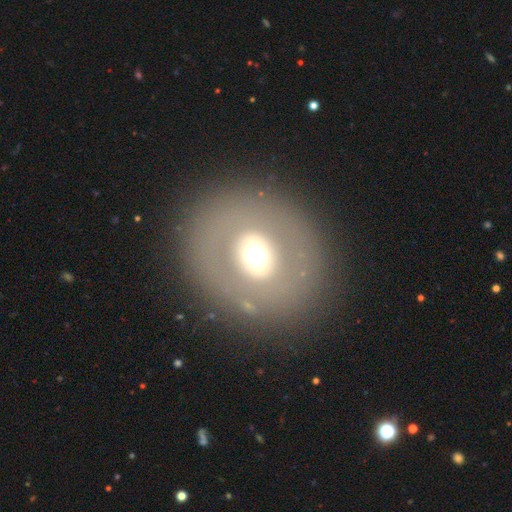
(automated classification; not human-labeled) A smooth galaxy with no disk features (49%).

Vote fractions:
- Smooth or featured? smooth: 49% / featured or disk: 40% / star or artifact: 11%
- Merging? none: 84% / minor disturbance: 8% / major disturbance: 7% / merger: 2%